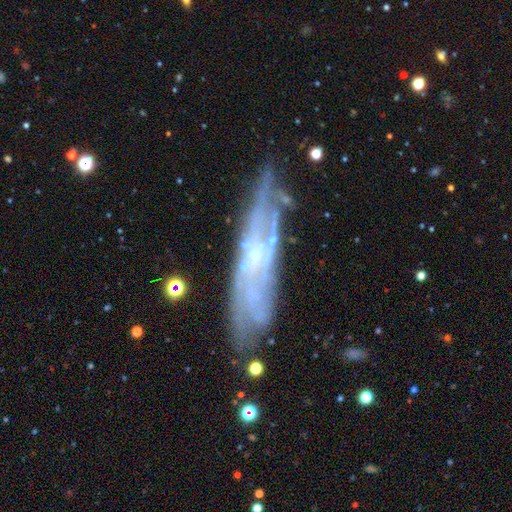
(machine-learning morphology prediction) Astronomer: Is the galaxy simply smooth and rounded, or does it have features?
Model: featured or disk — 74%.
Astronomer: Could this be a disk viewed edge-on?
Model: no — 61% (runner-up: yes, 39%).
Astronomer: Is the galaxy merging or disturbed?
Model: none — 69%.